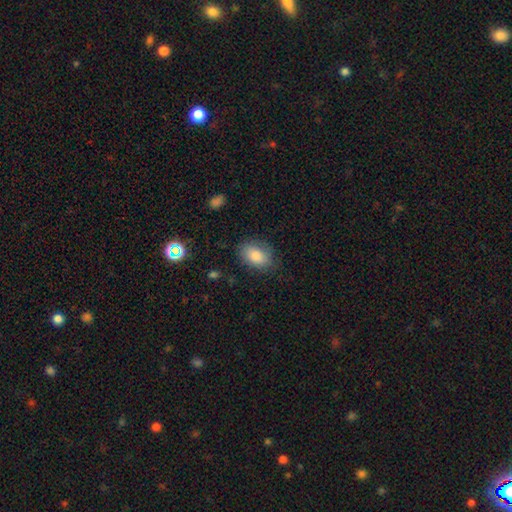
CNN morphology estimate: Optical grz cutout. It shows a smooth galaxy with no disk features (84%) that is in between round and cigar-shaped (88%). Merging: none (80%).